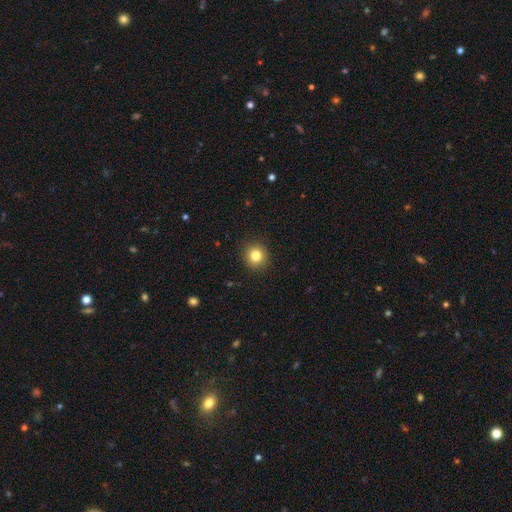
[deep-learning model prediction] A smooth galaxy with no disk features (82%) that is round (90%).

Vote fractions:
- Smooth or featured? smooth: 82% / star or artifact: 11% / featured or disk: 7%
- How rounded? round: 90% / in between: 9% / cigar-shaped: 1%
- Merging? none: 91% / minor disturbance: 6% / major disturbance: 2% / merger: 1%